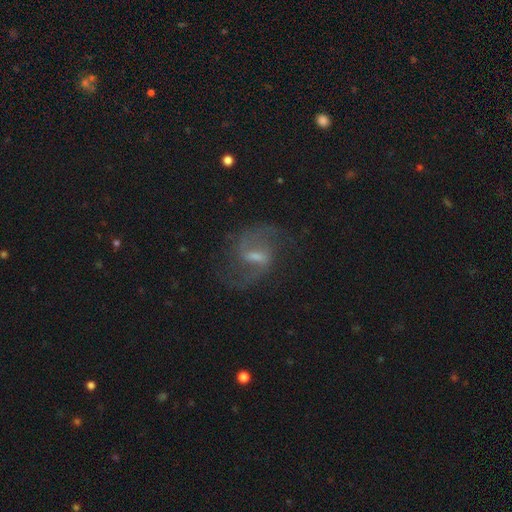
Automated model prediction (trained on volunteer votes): Morphology: type=featured or disk (86%); edge-on=no (97%); bar=weak (55%); spiral arms=yes (96%); winding=medium (52%); arm count=2 (92%); bulge=small (40%); merging=none (73%).